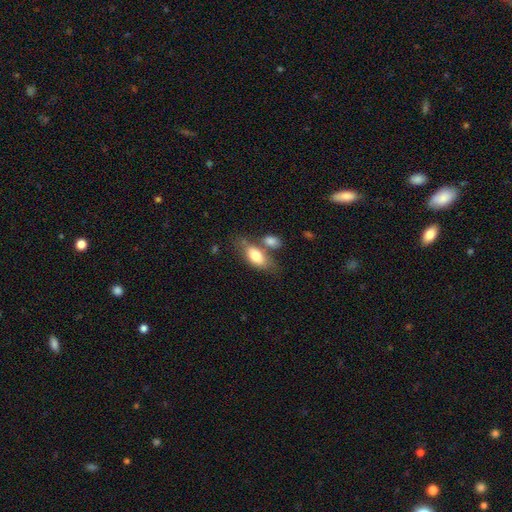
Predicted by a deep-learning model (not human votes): A smooth galaxy with no disk features (75%) that is in between round and cigar-shaped (85%).

Vote fractions:
- Smooth or featured? smooth: 75% / featured or disk: 18% / star or artifact: 6%
- How rounded? in between: 85% / cigar-shaped: 10% / round: 5%
- Merging? none: 47% / merger: 32% / minor disturbance: 15% / major disturbance: 6%